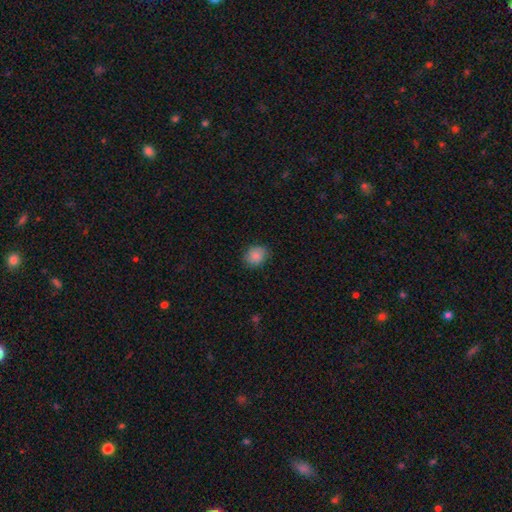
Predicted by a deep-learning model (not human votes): A smooth galaxy with no disk features (87%) that is round (61%).

Vote fractions:
- Smooth or featured? smooth: 87% / star or artifact: 8% / featured or disk: 5%
- How rounded? round: 61% / in between: 38% / cigar-shaped: 1%
- Merging? none: 82% / minor disturbance: 14% / major disturbance: 3% / merger: 1%